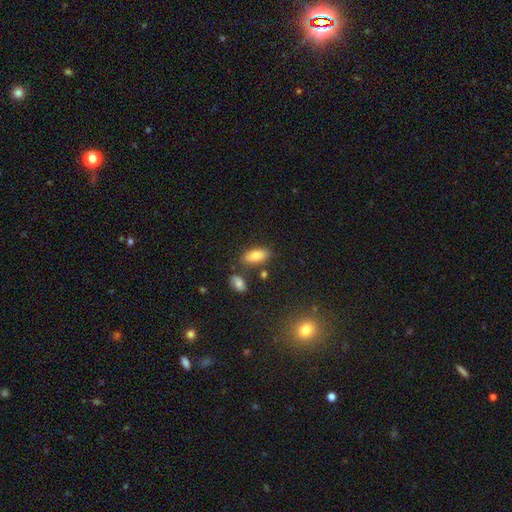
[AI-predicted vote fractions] Smooth or featured?
  - smooth: 81% *
  - featured or disk: 12%
  - star or artifact: 8%
How rounded?
  - in between: 87% *
  - cigar-shaped: 10%
  - round: 3%
Merging?
  - none: 77% *
  - minor disturbance: 12%
  - merger: 8%
  - major disturbance: 3%